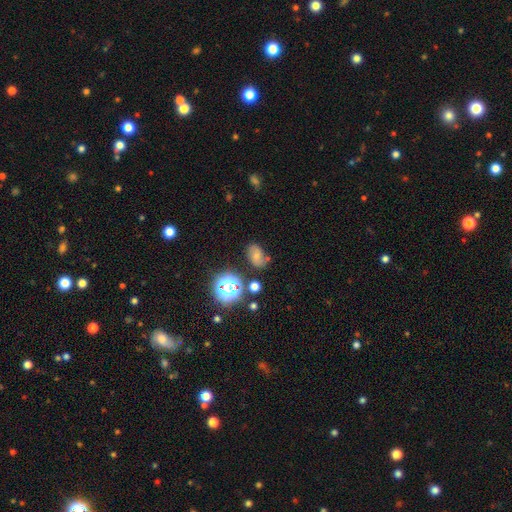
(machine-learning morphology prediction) Overall: smooth (53%; featured or disk 25%). How rounded: in between (75%). Merging: none (64%).